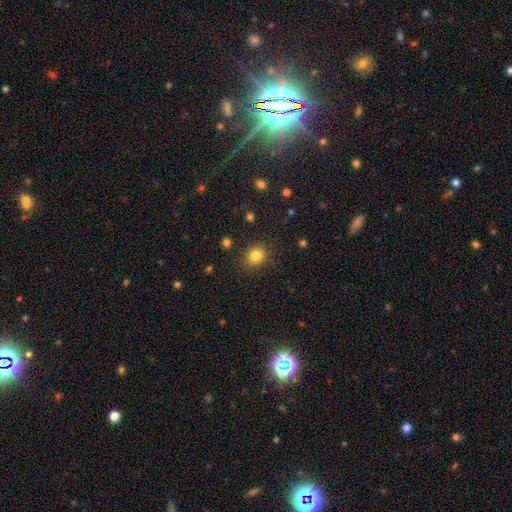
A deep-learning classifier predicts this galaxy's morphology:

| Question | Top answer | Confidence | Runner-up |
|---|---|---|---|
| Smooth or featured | smooth | 83% | star or artifact (12%) |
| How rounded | round | 74% | in between (25%) |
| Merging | none | 87% | minor disturbance (8%) |